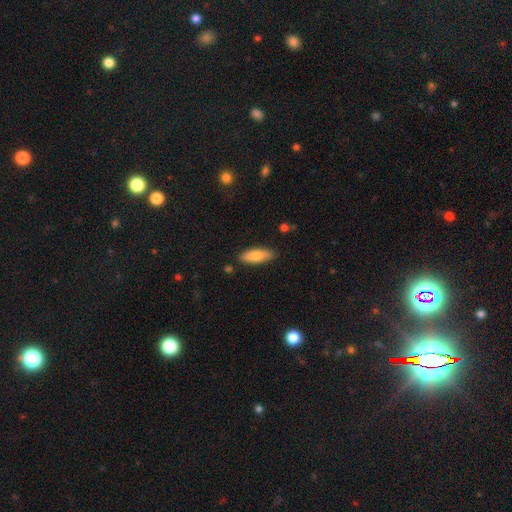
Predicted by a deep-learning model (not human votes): Overall: smooth (78%). How rounded: in between (66%; cigar-shaped 32%). Merging: none (86%).